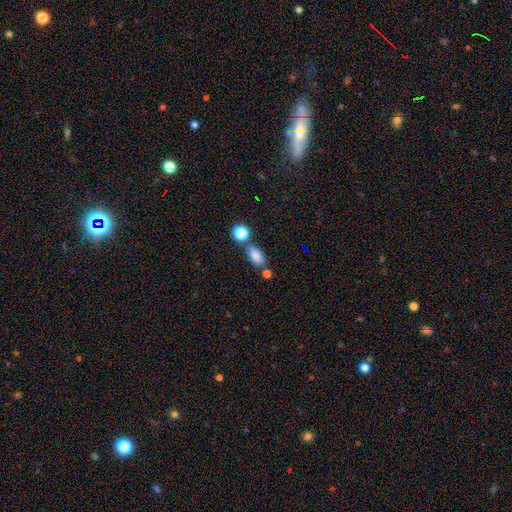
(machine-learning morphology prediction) Smooth or featured? smooth (81%)
How rounded? in between (84%)
Merging? none (65%)